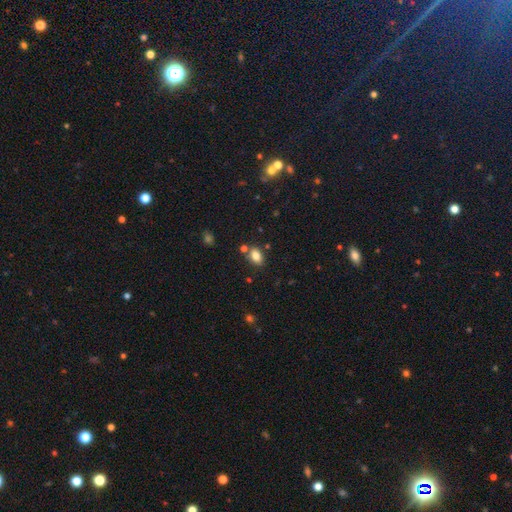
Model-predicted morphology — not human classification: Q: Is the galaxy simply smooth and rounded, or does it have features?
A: smooth — 83%.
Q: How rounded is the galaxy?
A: in between — 82%.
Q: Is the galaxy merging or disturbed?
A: none — 76%.